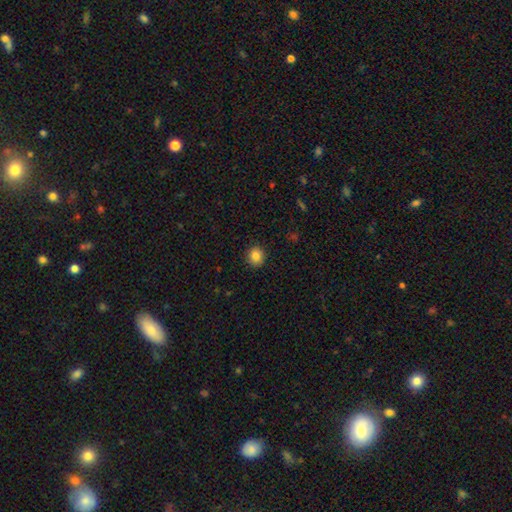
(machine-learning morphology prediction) smooth 84%, star or artifact 10%, featured or disk 6%. Down the decision tree: how rounded — round (83%); merging — none (91%).